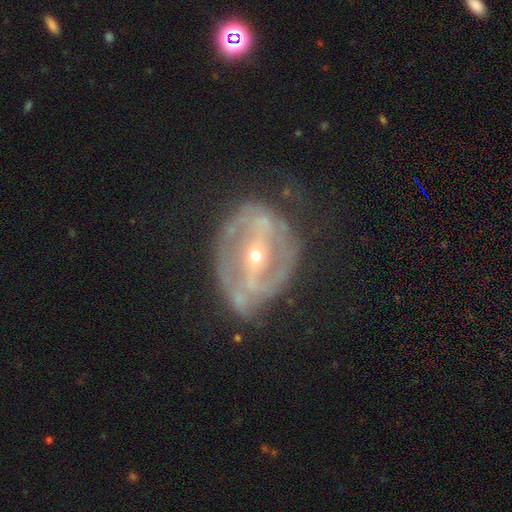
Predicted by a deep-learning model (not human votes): Smooth or featured? Predicted: featured or disk (p=0.85). Edge-on disk? Predicted: no (p=0.95). Bar? Predicted: strong (p=0.60). Spiral arms? Predicted: yes (p=0.78). Spiral winding? Predicted: tight (p=0.42). Spiral arm count? Predicted: 2 (p=0.64). Bulge size? Predicted: small (p=0.69). Merging? Predicted: none (p=0.55).